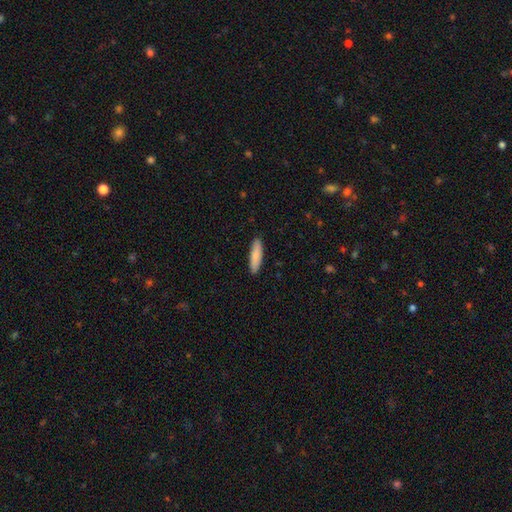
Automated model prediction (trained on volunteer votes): Smooth or featured? Predicted: smooth (p=0.84). How rounded? Predicted: cigar-shaped (p=0.70). Merging? Predicted: none (p=0.90).